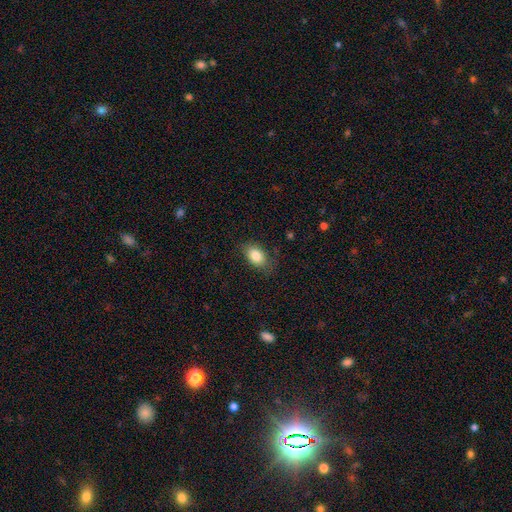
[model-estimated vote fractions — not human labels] Smooth or featured? smooth (85%)
How rounded? in between (86%)
Merging? none (77%)